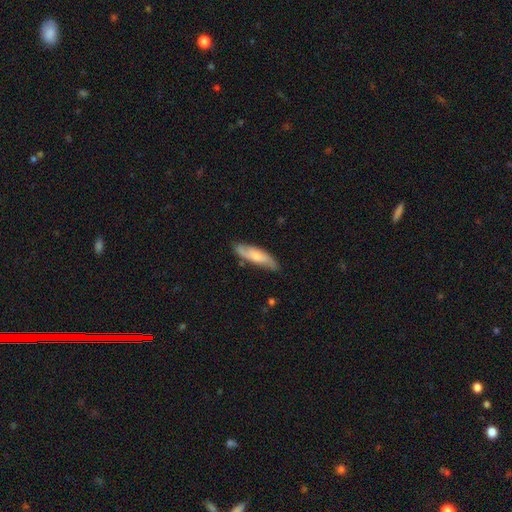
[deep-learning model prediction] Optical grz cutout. It shows a smooth galaxy with no disk features (49%). Merging: none (76%).